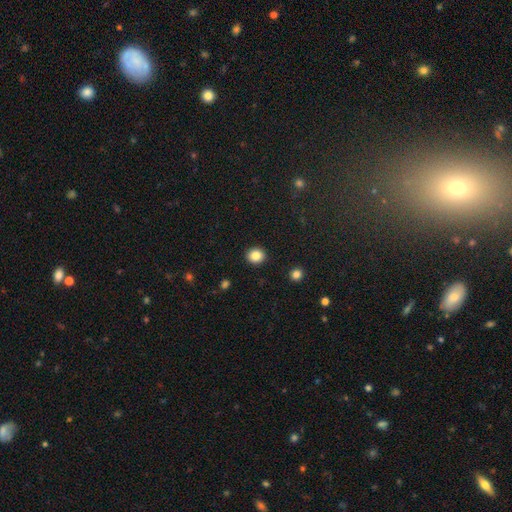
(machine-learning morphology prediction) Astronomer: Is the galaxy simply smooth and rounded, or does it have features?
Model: smooth — 85%.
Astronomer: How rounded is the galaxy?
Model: round — 81%.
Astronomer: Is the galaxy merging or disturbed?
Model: none — 92%.